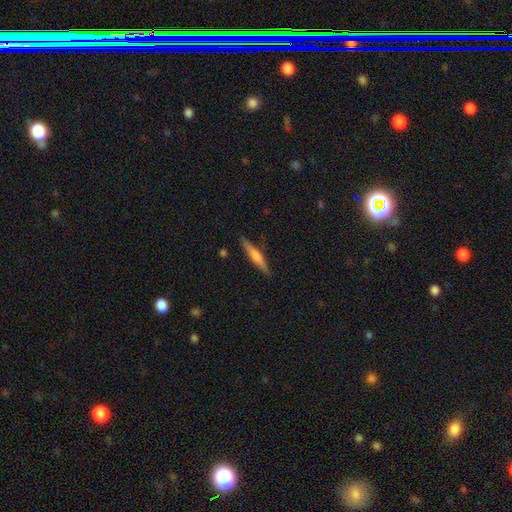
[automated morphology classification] This appears to be a smooth galaxy with no disk features (49%). Merging: none (88%).